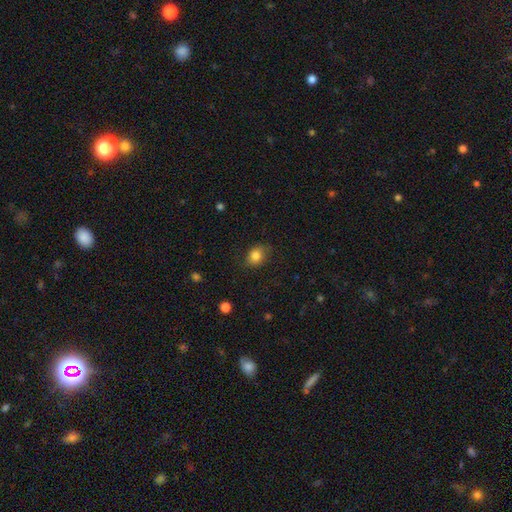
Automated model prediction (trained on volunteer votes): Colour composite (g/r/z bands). It shows a smooth galaxy with no disk features (83%) that is round (52%). Merging: none (78%).